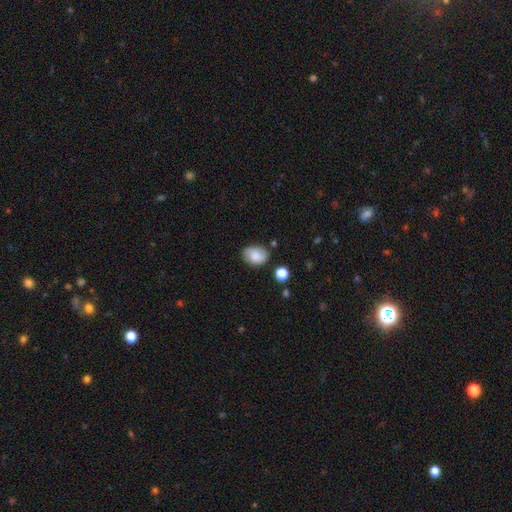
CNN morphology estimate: smooth 73%, featured or disk 18%, star or artifact 9%. Down the decision tree: how rounded — in between (66%); merging — none (74%).